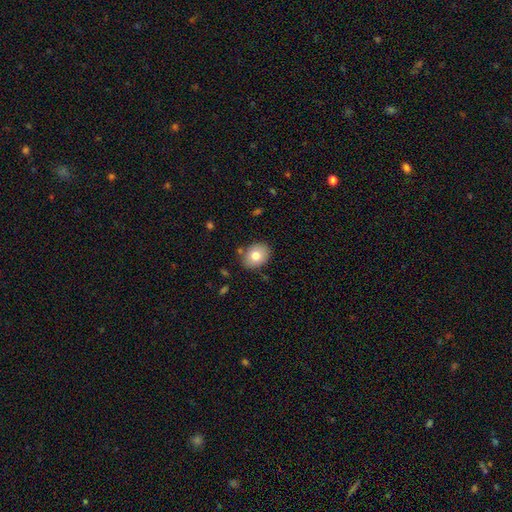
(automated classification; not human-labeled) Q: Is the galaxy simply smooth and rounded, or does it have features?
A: smooth — 77%.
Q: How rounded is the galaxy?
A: in between — 58%.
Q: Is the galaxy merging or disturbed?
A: none — 83%.